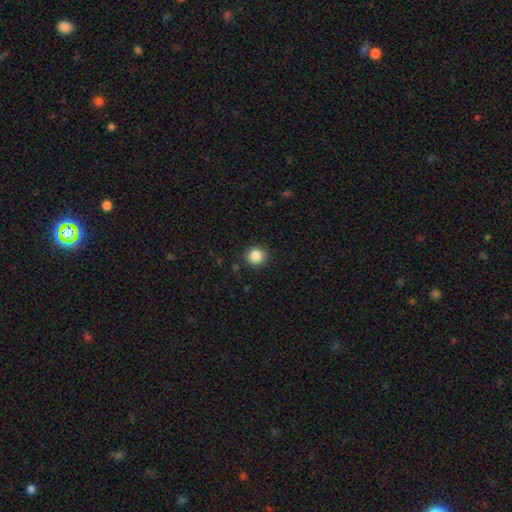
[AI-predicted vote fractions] smooth-or-featured: smooth: 86% | star or artifact: 10% | featured or disk: 4%
  how-rounded: round: 91% | in between: 8% | cigar-shaped: 1%
  merging: none: 90% | minor disturbance: 7% | major disturbance: 2% | merger: 1%